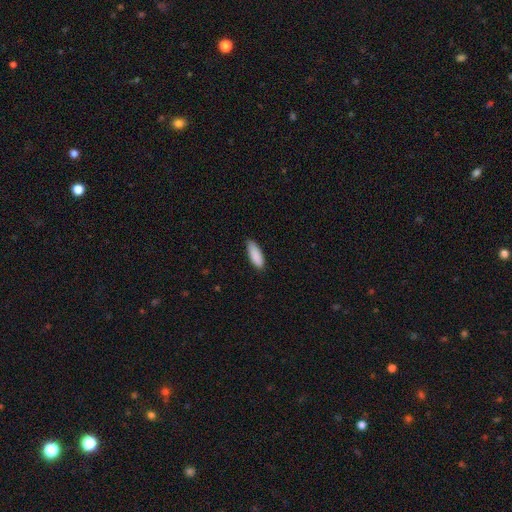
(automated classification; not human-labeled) This appears to be a smooth galaxy with no disk features (90%) that is in between round and cigar-shaped (67%). Merging: none (84%).